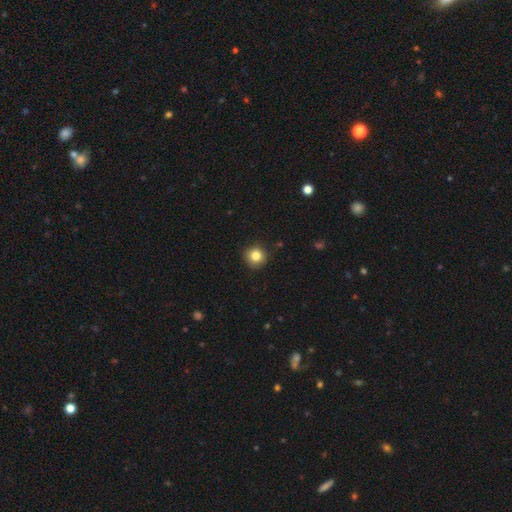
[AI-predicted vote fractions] Smooth or featured?
  - smooth: 84% *
  - star or artifact: 11%
  - featured or disk: 5%
How rounded?
  - round: 91% *
  - in between: 8%
  - cigar-shaped: 1%
Merging?
  - none: 89% *
  - minor disturbance: 8%
  - major disturbance: 2%
  - merger: 1%